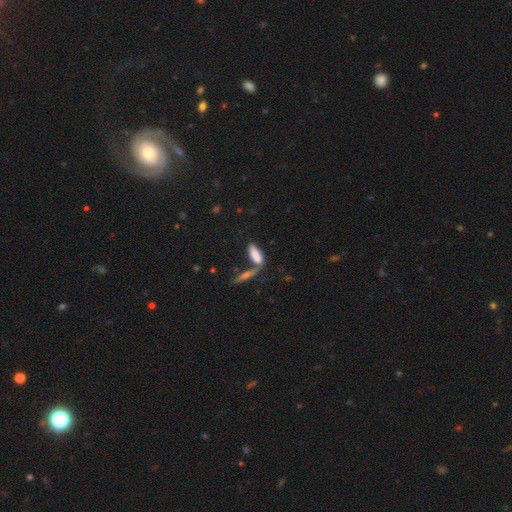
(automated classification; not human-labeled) Overall: smooth (76%). How rounded: in between (54%; cigar-shaped 43%). Merging: none (42%; merger 41%).